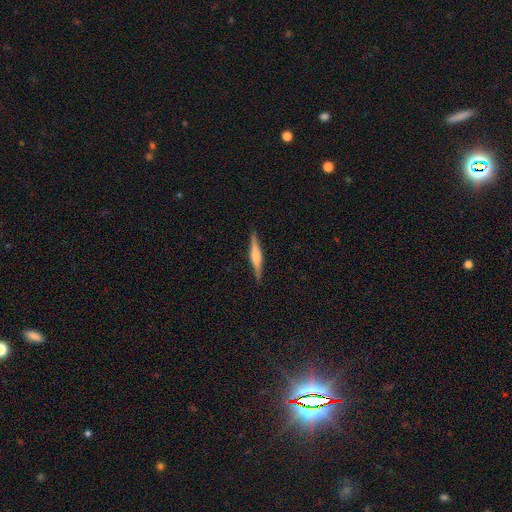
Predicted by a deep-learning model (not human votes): Smooth or featured? featured or disk (64%)
Edge-on disk? yes (98%)
Edge-on bulge? rounded (71%)
Merging? none (90%)